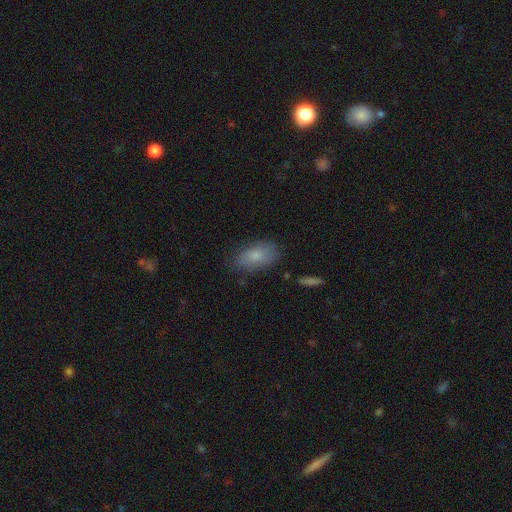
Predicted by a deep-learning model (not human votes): Smooth or featured: smooth — 80% (featured or disk — 13%)
How rounded: in between — 91% (round — 5%)
Merging: none — 75% (minor disturbance — 18%)